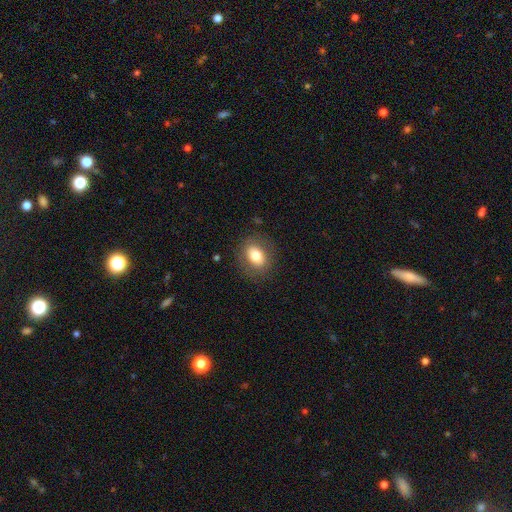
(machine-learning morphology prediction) smooth 76%, featured or disk 16%, star or artifact 9%. Down the decision tree: how rounded — in between (65%); merging — none (83%).